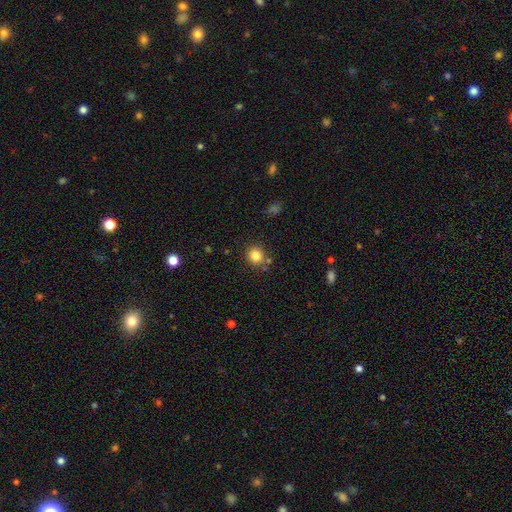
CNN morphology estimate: This appears to be a smooth galaxy with no disk features (82%) that is round (90%). Merging: none (83%).